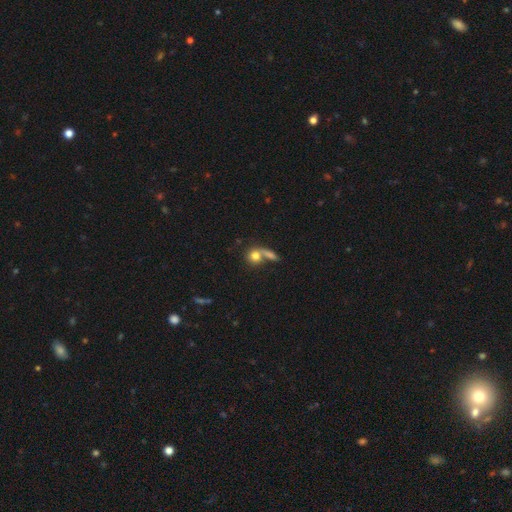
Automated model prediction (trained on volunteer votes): A smooth galaxy with no disk features (76%) that is round (75%). Merging: merger (43%).